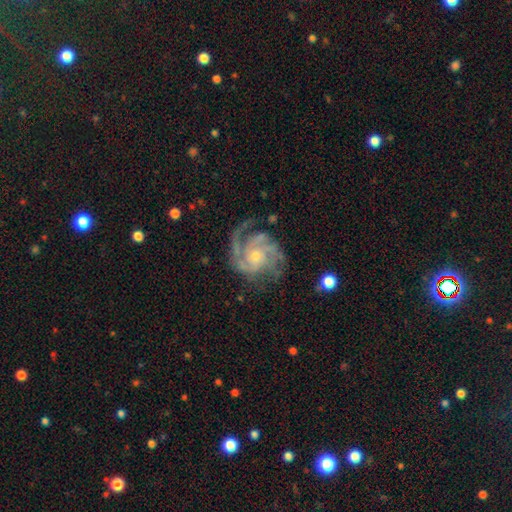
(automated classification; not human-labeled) Smooth or featured? Predicted: featured or disk (p=0.92). Edge-on disk? Predicted: no (p=0.98). Bar? Predicted: no (p=0.72). Spiral arms? Predicted: yes (p=0.98). Spiral winding? Predicted: tight (p=0.50). Spiral arm count? Predicted: 3 (p=0.37). Bulge size? Predicted: small (p=0.62). Merging? Predicted: none (p=0.70).